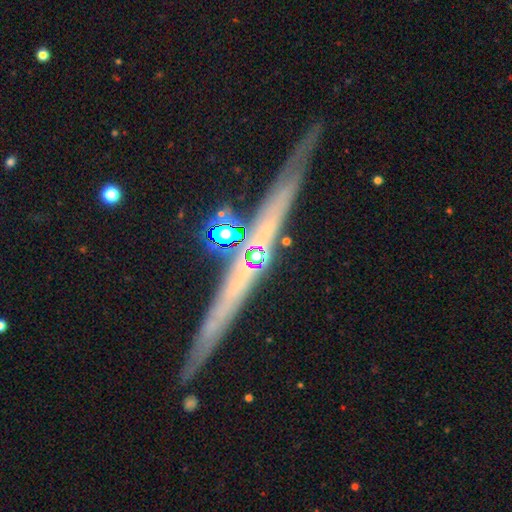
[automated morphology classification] Smooth or featured? featured or disk (67%)
Edge-on disk? yes (95%)
Edge-on bulge? none (65%)
Merging? none (84%)